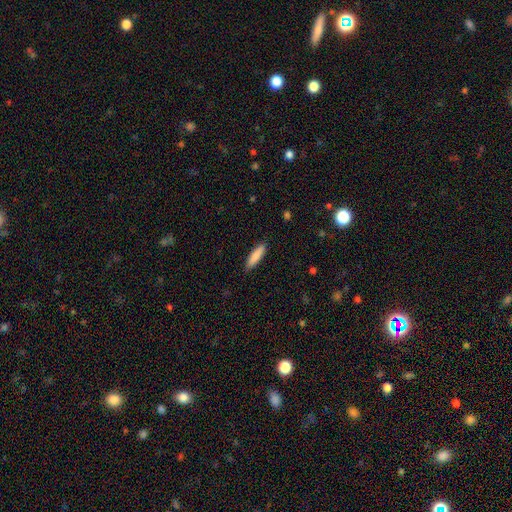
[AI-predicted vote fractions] This appears to be a smooth galaxy with no disk features (86%) that is cigar-shaped (71%). Merging: none (89%).